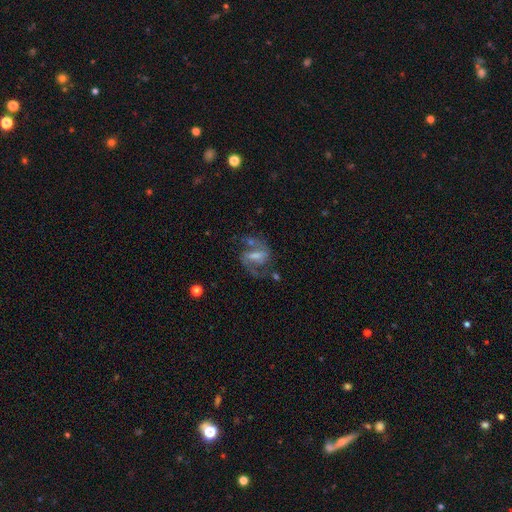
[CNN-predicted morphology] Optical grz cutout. It shows a featured or disk galaxy (82%) with a strong bar (46%), 2 (90%) medium (56%) spiral arms (95%) and a small central bulge (40%). Merging: none (68%).